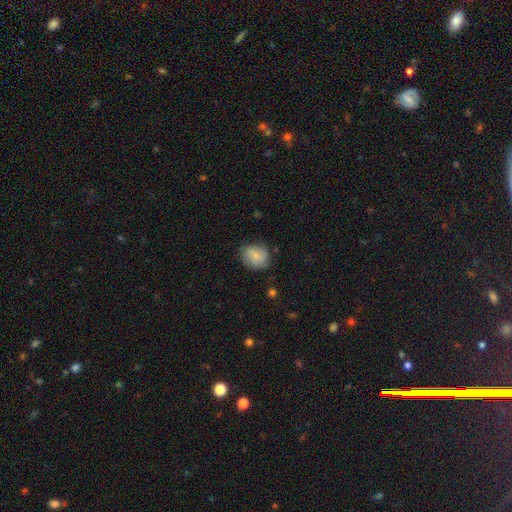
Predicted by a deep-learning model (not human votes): smooth 66%, featured or disk 26%, star or artifact 8%. Down the decision tree: how rounded — round (63%); merging — none (69%).